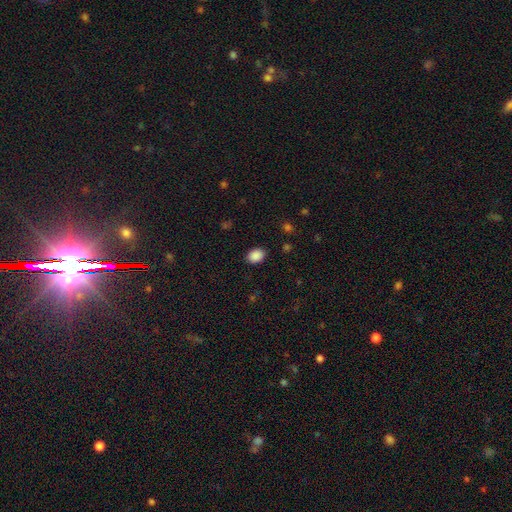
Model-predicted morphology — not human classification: smooth 89%, star or artifact 9%, featured or disk 3%. Down the decision tree: how rounded — in between (70%); merging — none (87%).